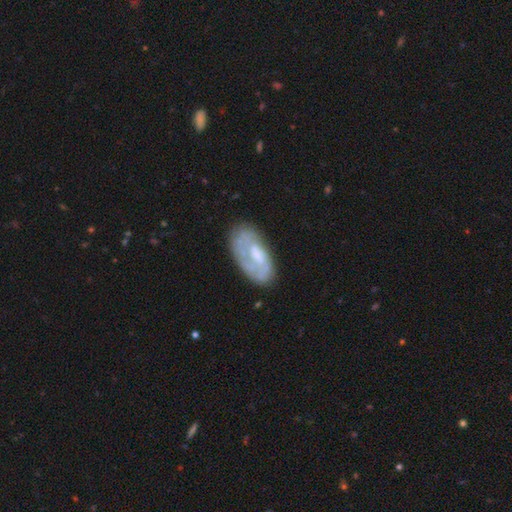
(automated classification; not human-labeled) Morphology: type=featured or disk (54%); edge-on=no (93%); bar=no (60%); spiral arms=yes (59%); bulge=moderate (37%); merging=none (64%).